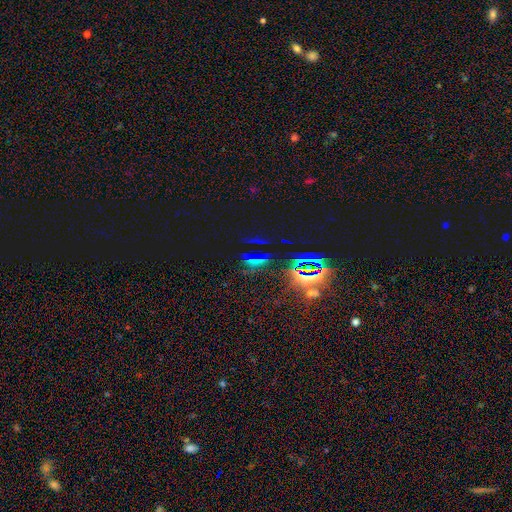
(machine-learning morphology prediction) A star or artifact, not a galaxy (75%).